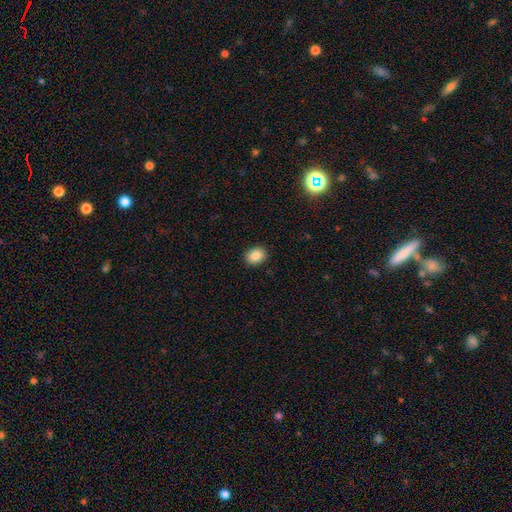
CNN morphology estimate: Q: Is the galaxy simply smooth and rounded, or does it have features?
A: smooth — 86%.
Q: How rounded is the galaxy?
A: in between — 52%.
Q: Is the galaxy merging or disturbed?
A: none — 91%.